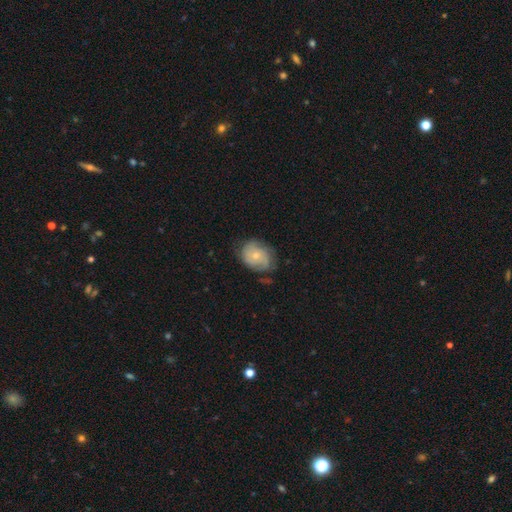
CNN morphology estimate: Smooth or featured? featured or disk (57%)
Edge-on disk? no (97%)
Bar? no (80%)
Spiral arms? yes (83%)
Bulge size? small (60%)
Merging? none (62%)